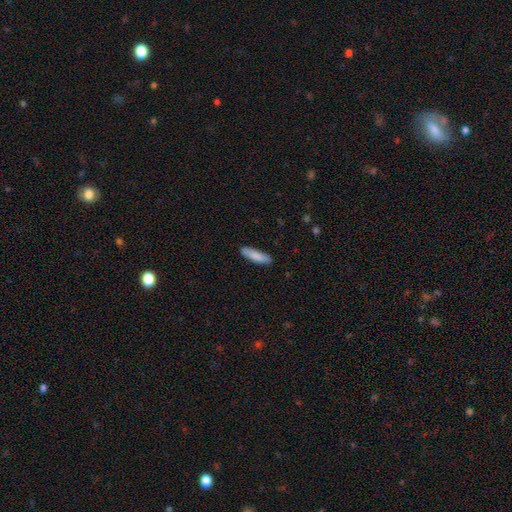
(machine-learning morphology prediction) Smooth or featured? Predicted: smooth (p=0.84). How rounded? Predicted: cigar-shaped (p=0.61). Merging? Predicted: none (p=0.84).